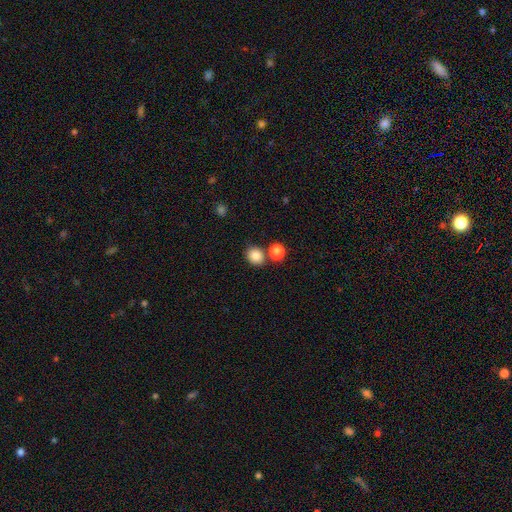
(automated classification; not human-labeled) Overall: smooth (86%). How rounded: round (69%; in between 30%). Merging: none (73%).